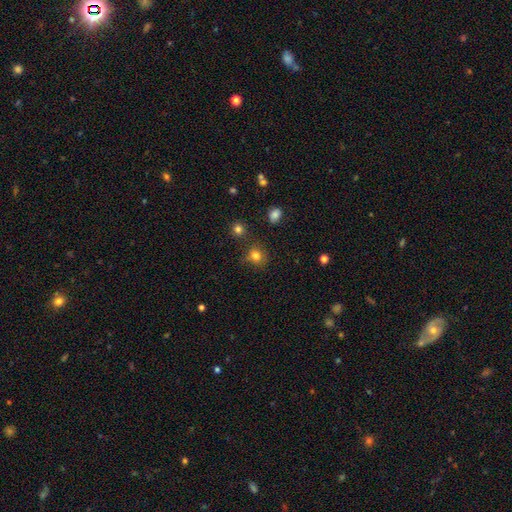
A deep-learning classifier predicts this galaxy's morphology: This is likely a smooth galaxy (78%). How rounded: likely round (79%). Merging: likely none (73%).